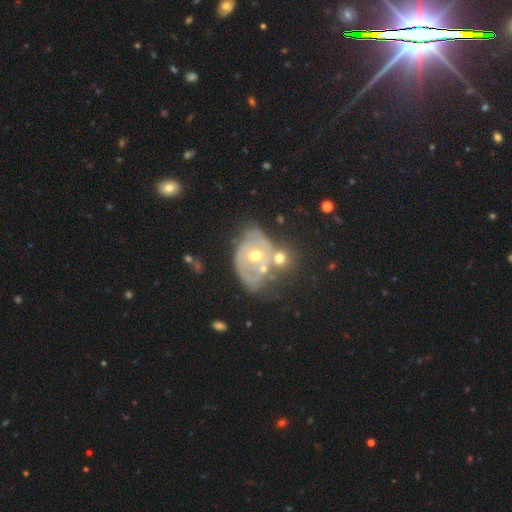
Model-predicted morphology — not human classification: featured or disk 63%, smooth 26%, star or artifact 11%. Down the decision tree: edge-on disk — no (96%); bar — no (80%); spiral arms — no (58%); bulge size — moderate (62%); merging — merger (36%).